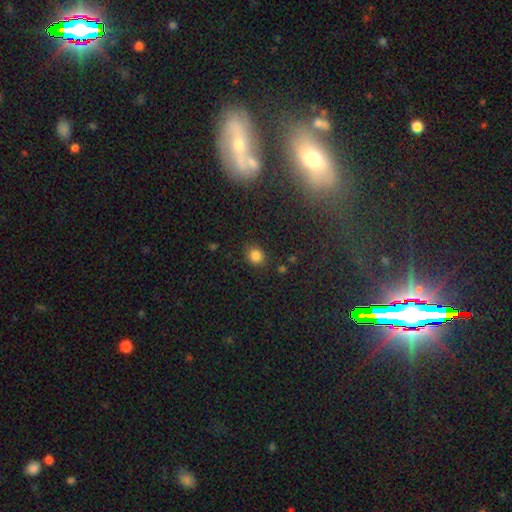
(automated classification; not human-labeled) The model was most divided on "how rounded": round: 77%, in between: 22%, cigar-shaped: 1%. More confident: merging — none (86%); smooth or featured — smooth (83%).